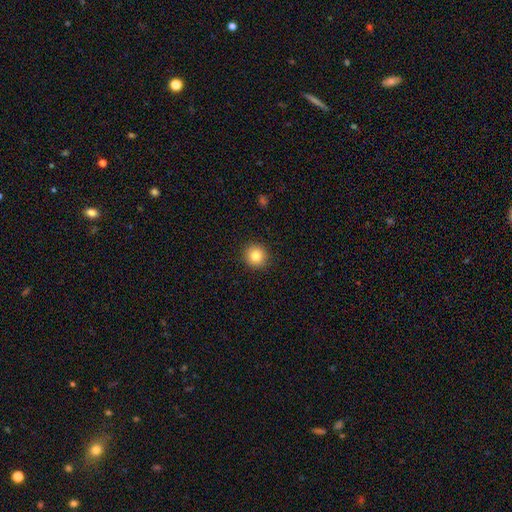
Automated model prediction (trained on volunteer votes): This appears to be a smooth galaxy with no disk features (84%) that is round (92%). Merging: none (91%).